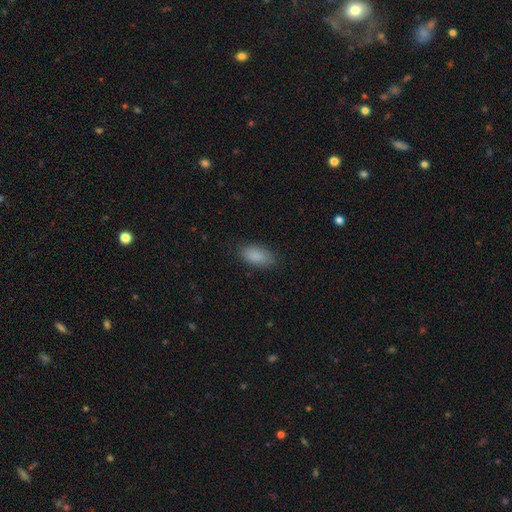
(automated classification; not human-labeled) Morphology: type=smooth (88%); roundness=in between (92%); merging=none (84%).